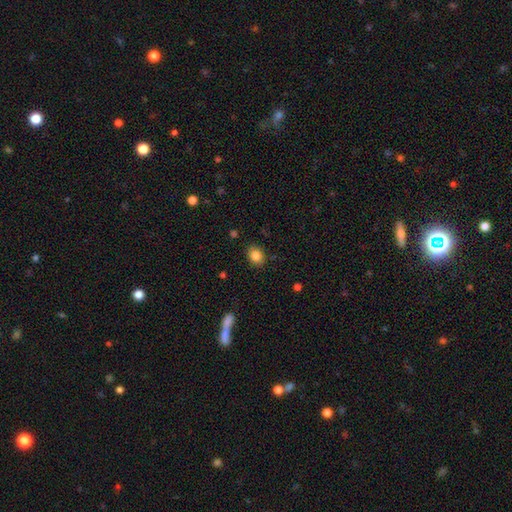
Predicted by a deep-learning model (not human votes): This is clearly a smooth galaxy (84%). How rounded: possibly in between (51%). Merging: clearly none (87%).